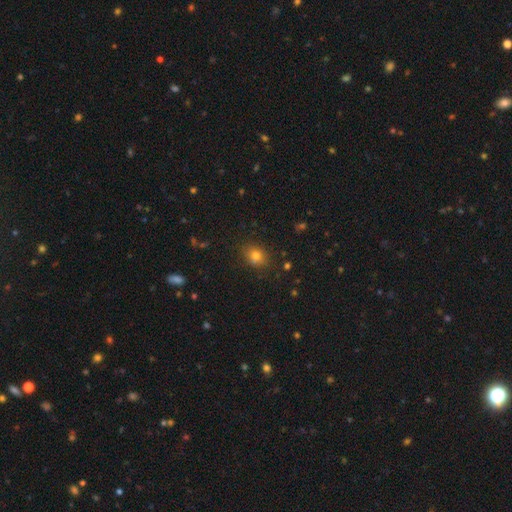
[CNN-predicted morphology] A smooth galaxy with no disk features (74%) that is round (53%). Merging: none (74%).